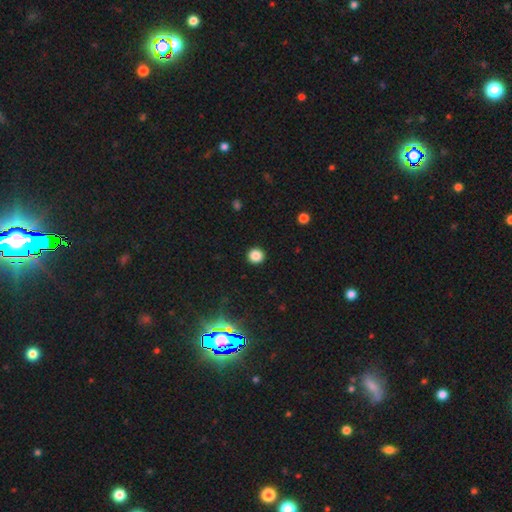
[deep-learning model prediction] Smooth or featured?
  - smooth: 84% *
  - star or artifact: 12%
  - featured or disk: 3%
How rounded?
  - round: 94% *
  - in between: 5%
  - cigar-shaped: 1%
Merging?
  - none: 93% *
  - minor disturbance: 4%
  - major disturbance: 2%
  - merger: 1%